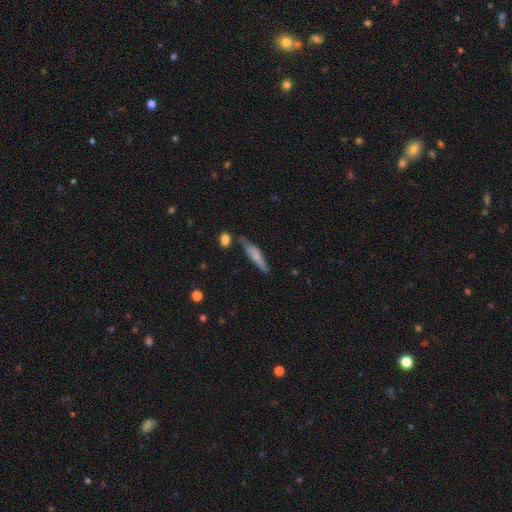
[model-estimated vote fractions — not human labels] Smooth or featured? smooth (63%)
How rounded? cigar-shaped (80%)
Merging? none (65%)